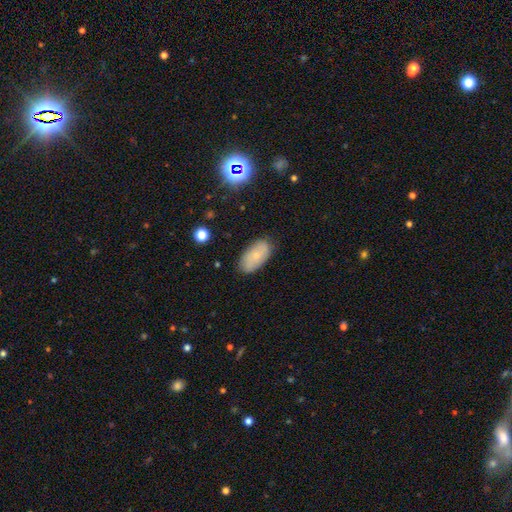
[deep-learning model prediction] Smooth or featured? Predicted: smooth (p=0.70). How rounded? Predicted: in between (p=0.93). Merging? Predicted: none (p=0.82).